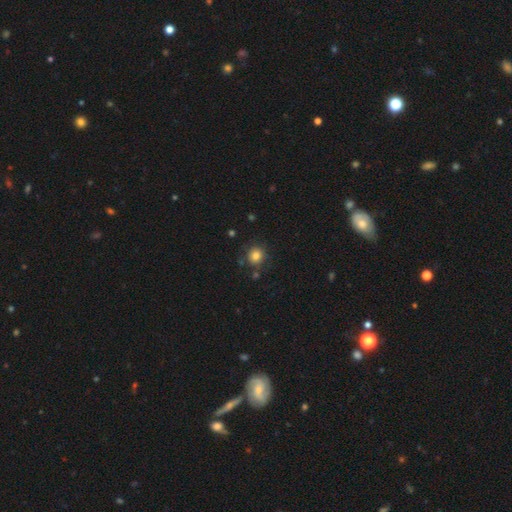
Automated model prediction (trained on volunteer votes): Smooth or featured?
  - smooth: 81% *
  - star or artifact: 12%
  - featured or disk: 7%
How rounded?
  - round: 88% *
  - in between: 11%
  - cigar-shaped: 1%
Merging?
  - none: 81% *
  - minor disturbance: 11%
  - merger: 4%
  - major disturbance: 3%